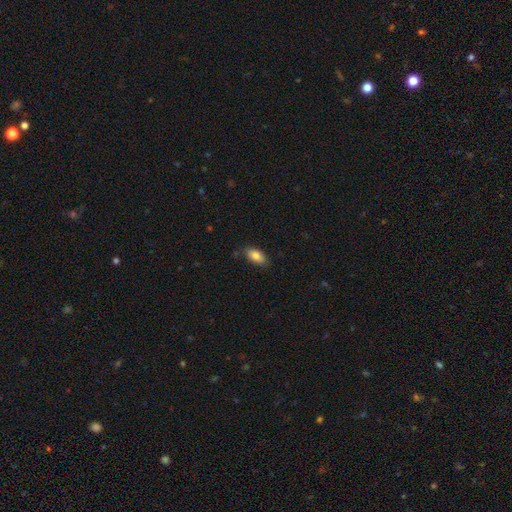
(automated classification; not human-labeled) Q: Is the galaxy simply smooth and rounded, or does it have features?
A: smooth — 83%.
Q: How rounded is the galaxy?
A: in between — 91%.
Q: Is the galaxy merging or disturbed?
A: none — 80%.